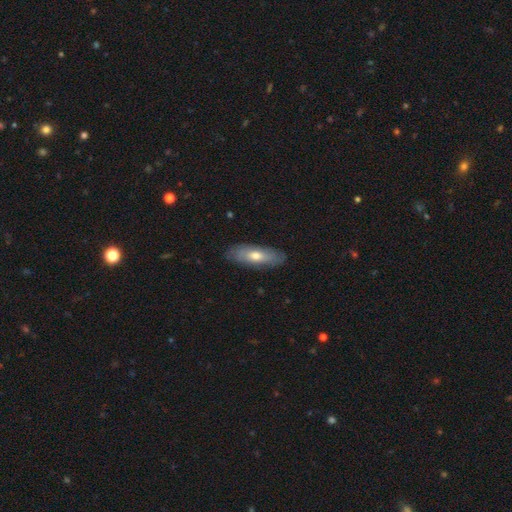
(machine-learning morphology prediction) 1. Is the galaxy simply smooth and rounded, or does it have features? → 58% smooth, 37% featured or disk, 6% star or artifact.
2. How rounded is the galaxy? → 57% in between, 41% cigar-shaped, 2% round.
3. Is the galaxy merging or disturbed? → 84% none, 12% minor disturbance, 3% major disturbance, 1% merger.